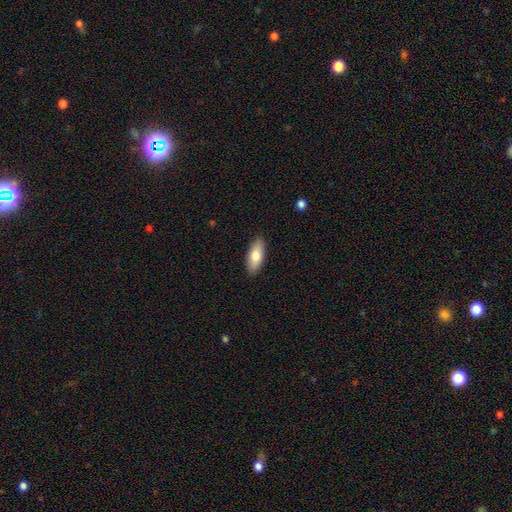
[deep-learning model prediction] This is likely a smooth galaxy (77%). How rounded: likely in between (78%). Merging: clearly none (89%).